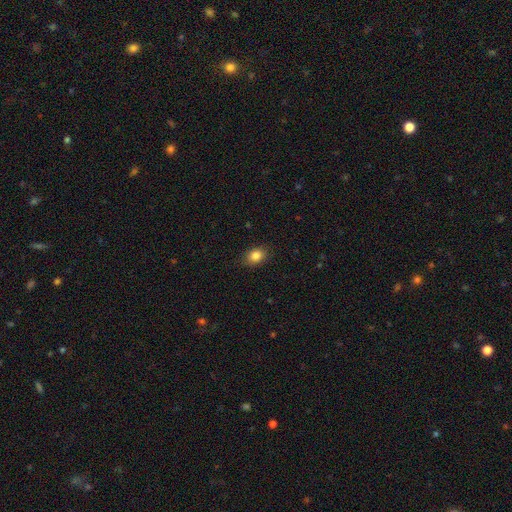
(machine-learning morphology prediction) Smooth or featured? smooth (84%)
How rounded? in between (64%)
Merging? none (86%)